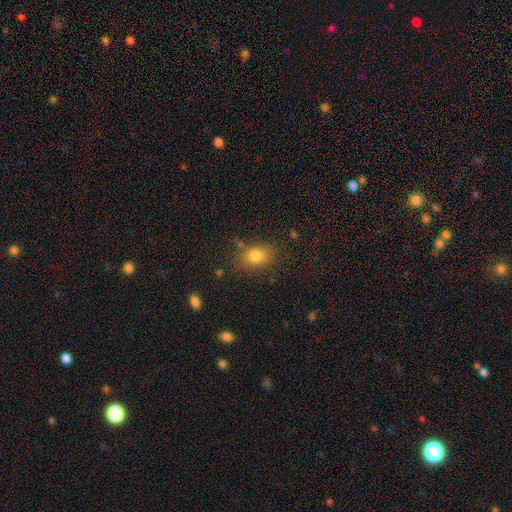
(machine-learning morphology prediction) Smooth or featured?
  - smooth: 81% *
  - star or artifact: 11%
  - featured or disk: 9%
How rounded?
  - in between: 75% *
  - round: 23%
  - cigar-shaped: 2%
Merging?
  - none: 78% *
  - minor disturbance: 14%
  - major disturbance: 4%
  - merger: 3%